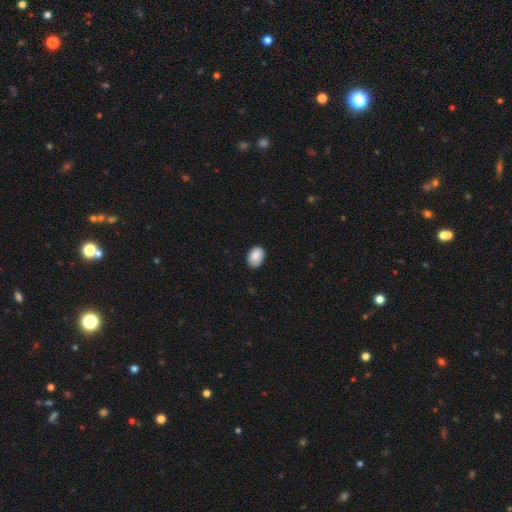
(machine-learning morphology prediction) smooth_or_featured: smooth (p=0.88) [alt: star or artifact p=0.07]
how_rounded: in between (p=0.85) [alt: round p=0.14]
merging: none (p=0.81) [alt: minor disturbance p=0.15]